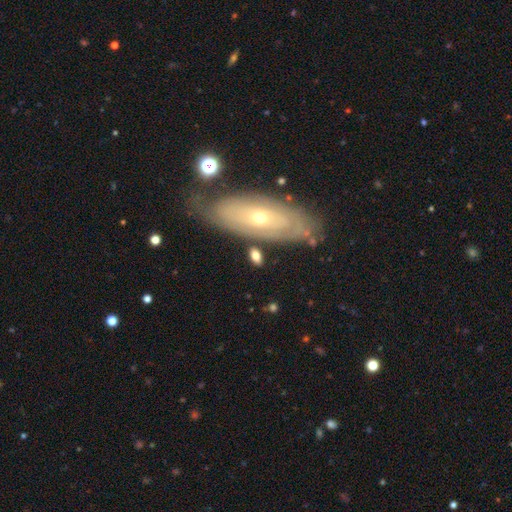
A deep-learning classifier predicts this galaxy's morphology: Overall: smooth (63%; featured or disk 30%). How rounded: in between (82%). Merging: none (74%).